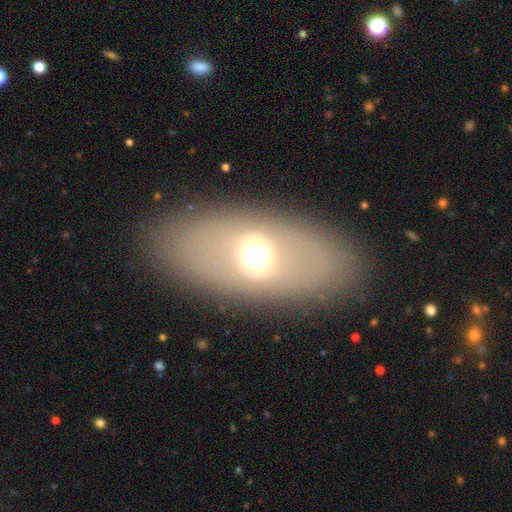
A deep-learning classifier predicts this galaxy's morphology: Q: Smooth or featured?
A: smooth (45%); runner-up: featured or disk (43%)
Q: Merging?
A: none (83%); runner-up: minor disturbance (10%)